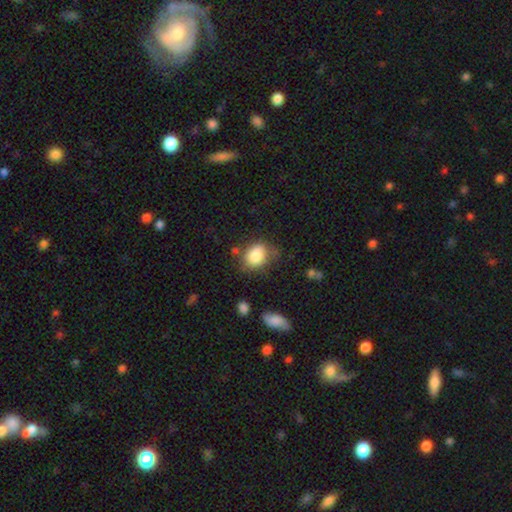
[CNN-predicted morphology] Overall: smooth (85%). How rounded: in between (60%; round 38%). Merging: none (62%; minor disturbance 24%).